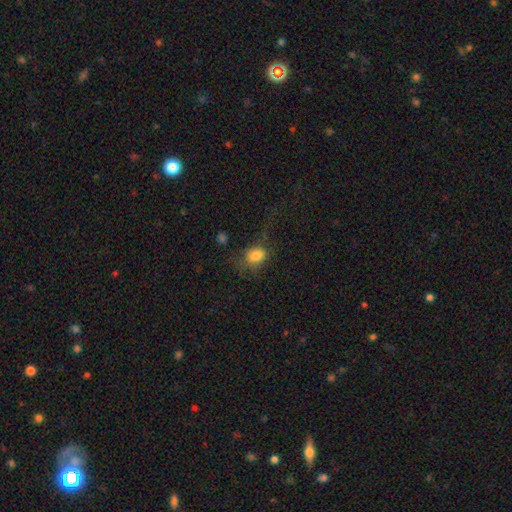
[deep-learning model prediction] Q: Smooth or featured?
A: smooth (80%); runner-up: star or artifact (11%)
Q: How rounded?
A: in between (63%); runner-up: round (35%)
Q: Merging?
A: none (52%); runner-up: major disturbance (23%)